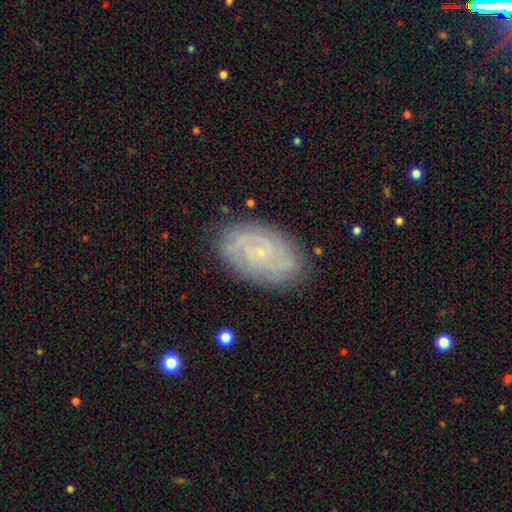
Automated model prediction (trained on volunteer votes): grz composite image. It shows a featured or disk galaxy (61%) with no bar (68%), spiral arms (84%) and a small central bulge (77%). Merging: none (82%).